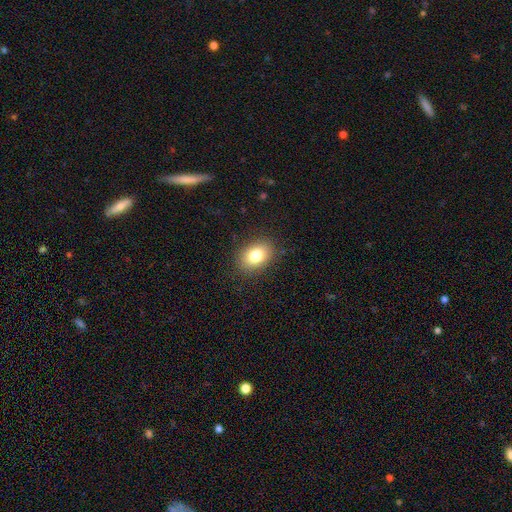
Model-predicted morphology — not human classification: Smooth or featured?
  - smooth: 82% *
  - featured or disk: 9%
  - star or artifact: 9%
How rounded?
  - in between: 77% *
  - round: 22%
  - cigar-shaped: 1%
Merging?
  - none: 87% *
  - minor disturbance: 9%
  - major disturbance: 3%
  - merger: 1%